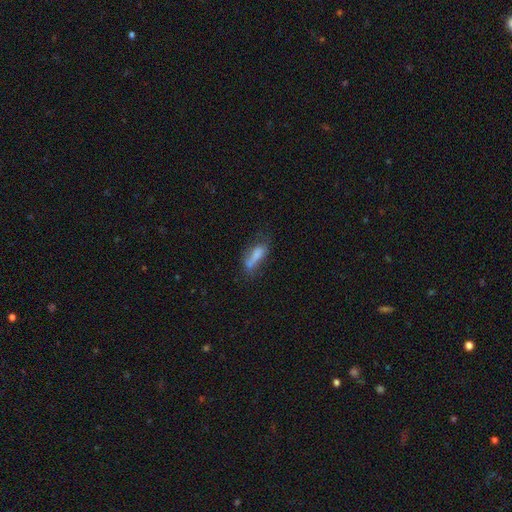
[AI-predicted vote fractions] smooth 70%, featured or disk 20%, star or artifact 10%. Down the decision tree: how rounded — cigar-shaped (49%); merging — none (41%).